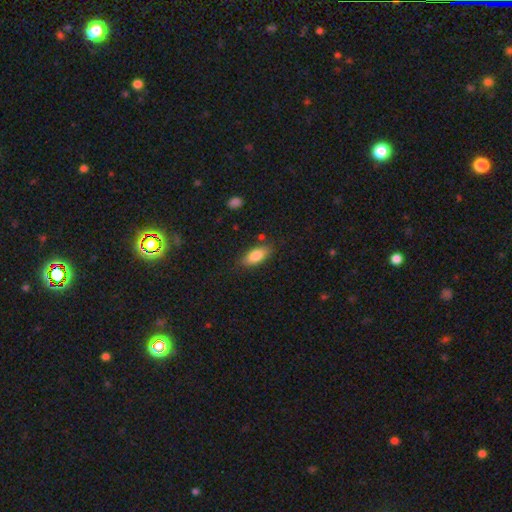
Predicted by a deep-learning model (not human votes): A smooth galaxy with no disk features (83%) that is in between round and cigar-shaped (82%).

Vote fractions:
- Smooth or featured? smooth: 83% / featured or disk: 10% / star or artifact: 7%
- How rounded? in between: 82% / cigar-shaped: 15% / round: 3%
- Merging? none: 80% / minor disturbance: 14% / major disturbance: 3% / merger: 3%